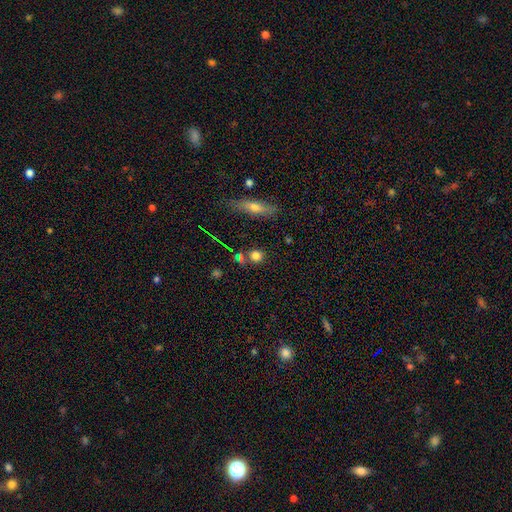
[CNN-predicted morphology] A smooth galaxy with no disk features (74%) that is round (79%).

Vote fractions:
- Smooth or featured? smooth: 74% / star or artifact: 15% / featured or disk: 10%
- How rounded? round: 79% / in between: 18% / cigar-shaped: 4%
- Merging? none: 71% / merger: 14% / minor disturbance: 10% / major disturbance: 4%